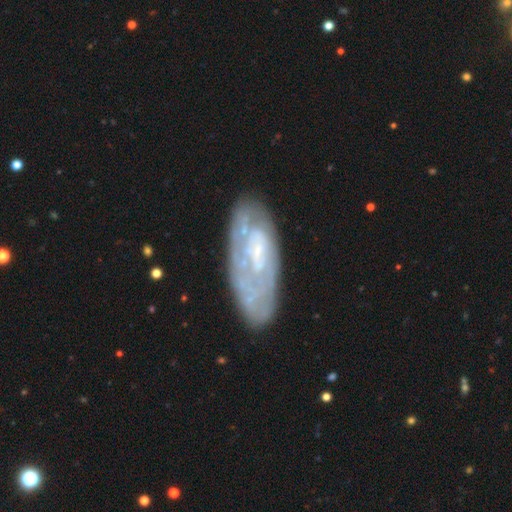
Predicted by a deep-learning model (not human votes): Smooth or featured: featured or disk — 64% (smooth — 29%)
Edge-on disk: no — 87% (yes — 13%)
Bar: no — 63% (weak — 28%)
Spiral arms: yes — 52% (no — 48%)
Bulge size: small — 46% (none — 31%)
Merging: none — 69% (minor disturbance — 20%)